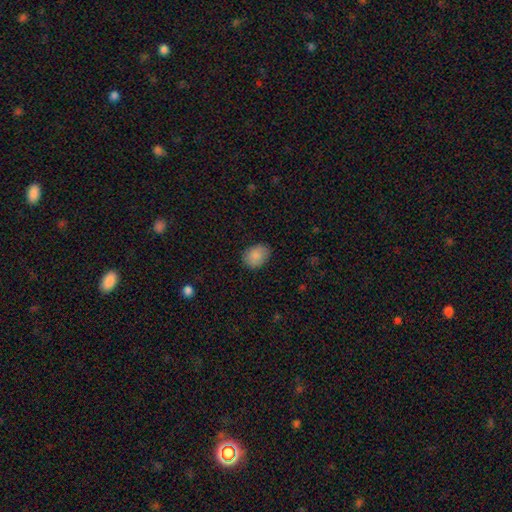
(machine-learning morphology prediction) This appears to be a smooth galaxy with no disk features (87%) that is in between round and cigar-shaped (63%). Merging: none (82%).